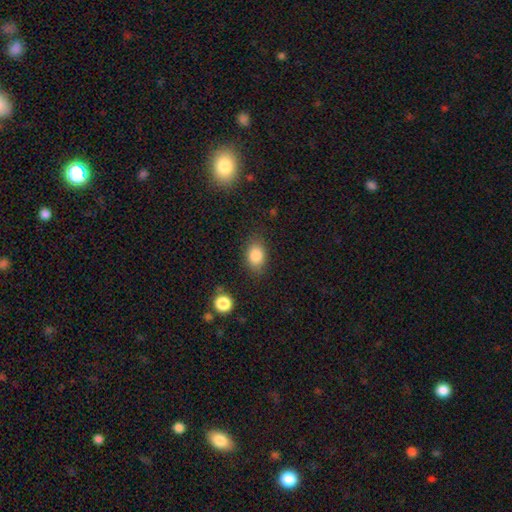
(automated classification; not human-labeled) Smooth or featured: smooth — 85% (star or artifact — 9%)
How rounded: in between — 76% (round — 22%)
Merging: none — 80% (minor disturbance — 14%)